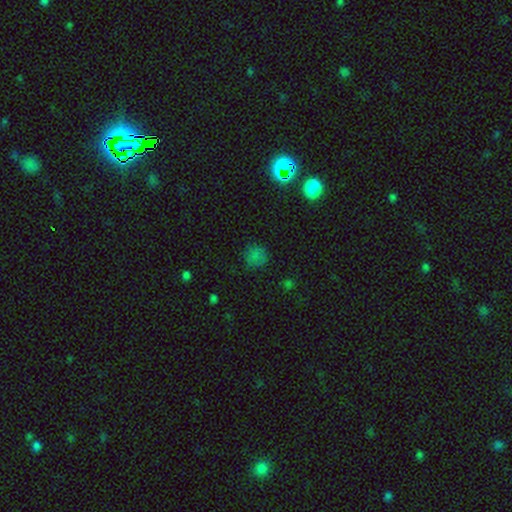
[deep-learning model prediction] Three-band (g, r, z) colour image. It shows a smooth galaxy with no disk features (73%) that is round (88%). Merging: none (78%).